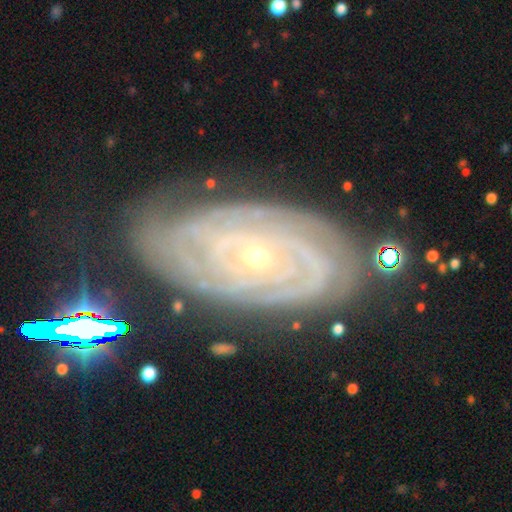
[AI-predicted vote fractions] The model was most divided on "spiral arm count": can't tell: 26%, 2: 24%, 3: 18%, 4: 16%, more than 4: 11%, 1: 6%. More confident: spiral arms — yes (97%); edge-on disk — no (95%); smooth or featured — featured or disk (89%); spiral winding — tight (86%); bulge size — small (76%); bar — no (75%); merging — none (75%).